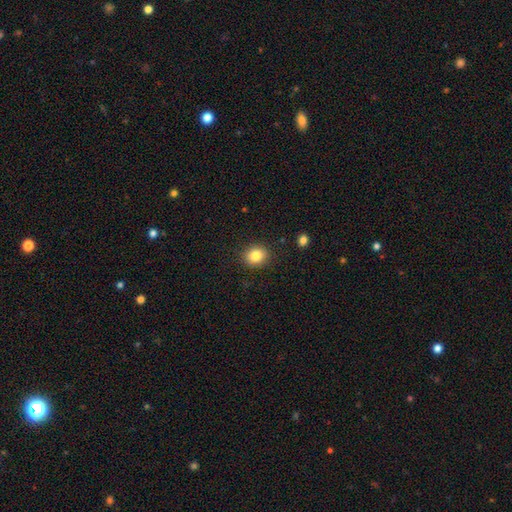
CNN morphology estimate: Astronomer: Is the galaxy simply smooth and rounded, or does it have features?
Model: smooth — 83%.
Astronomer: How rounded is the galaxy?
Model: round — 74%.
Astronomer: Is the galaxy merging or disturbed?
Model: none — 89%.